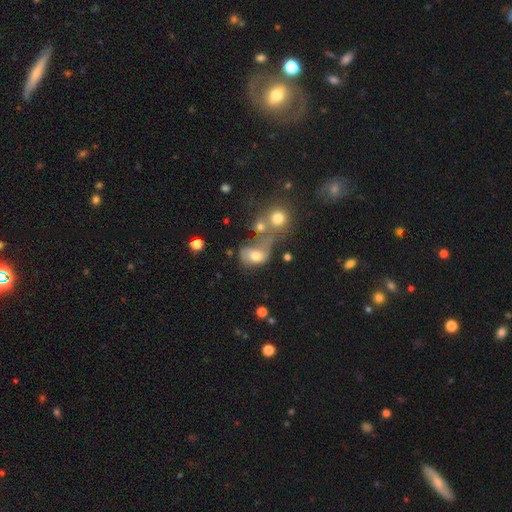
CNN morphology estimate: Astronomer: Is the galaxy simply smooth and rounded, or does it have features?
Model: smooth — 59%.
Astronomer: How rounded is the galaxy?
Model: in between — 72%.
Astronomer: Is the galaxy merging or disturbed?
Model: merger — 39% (runner-up: major disturbance, 26%).